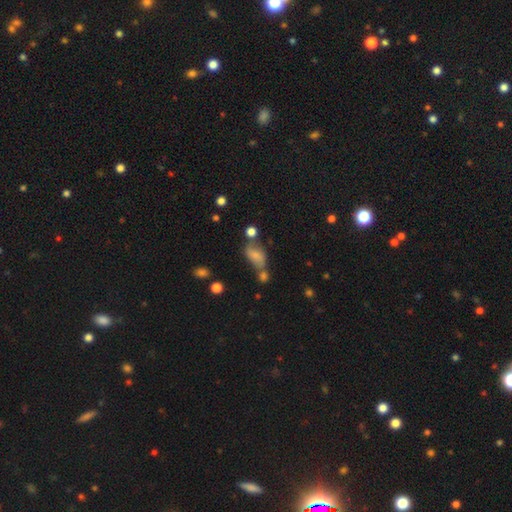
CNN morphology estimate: Smooth or featured? smooth (63%)
How rounded? in between (85%)
Merging? none (42%)